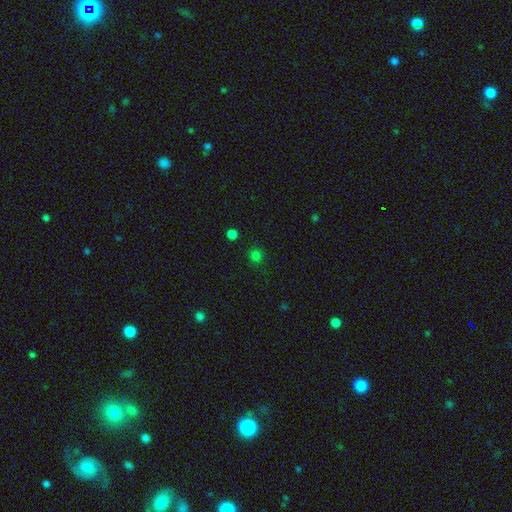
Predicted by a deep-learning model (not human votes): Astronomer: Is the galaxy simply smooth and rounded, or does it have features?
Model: smooth — 75%.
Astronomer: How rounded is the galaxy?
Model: round — 89%.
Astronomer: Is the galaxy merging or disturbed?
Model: none — 86%.